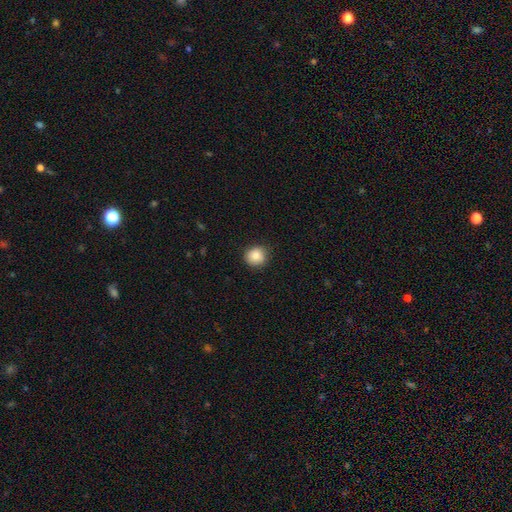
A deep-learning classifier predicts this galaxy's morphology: smooth-or-featured: smooth: 84% | star or artifact: 9% | featured or disk: 7%
  how-rounded: round: 85% | in between: 14% | cigar-shaped: 1%
  merging: none: 86% | minor disturbance: 10% | major disturbance: 2% | merger: 1%